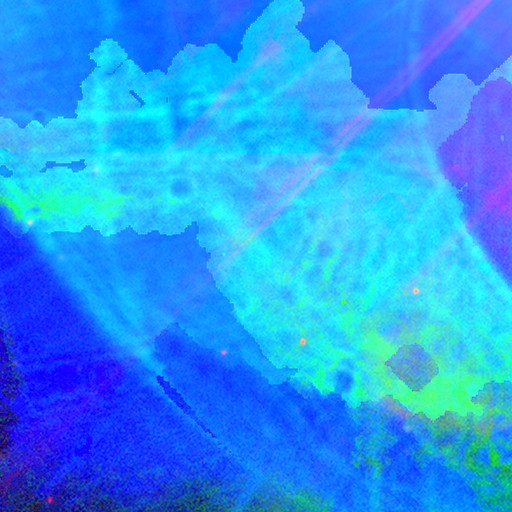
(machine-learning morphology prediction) smooth-or-featured: star or artifact: 83% | featured or disk: 9% | smooth: 8%